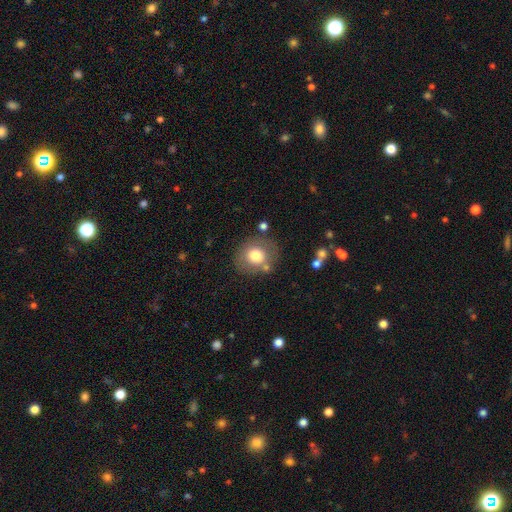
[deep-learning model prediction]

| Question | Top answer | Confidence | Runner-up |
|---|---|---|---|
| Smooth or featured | smooth | 74% | featured or disk (17%) |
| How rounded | round | 83% | in between (16%) |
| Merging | none | 75% | minor disturbance (13%) |